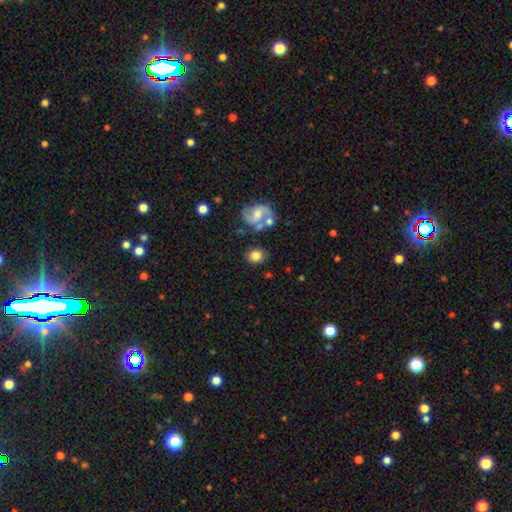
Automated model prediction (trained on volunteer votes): The model was most divided on "how rounded": round: 69%, in between: 30%, cigar-shaped: 1%. More confident: smooth or featured — smooth (75%); merging — none (73%).